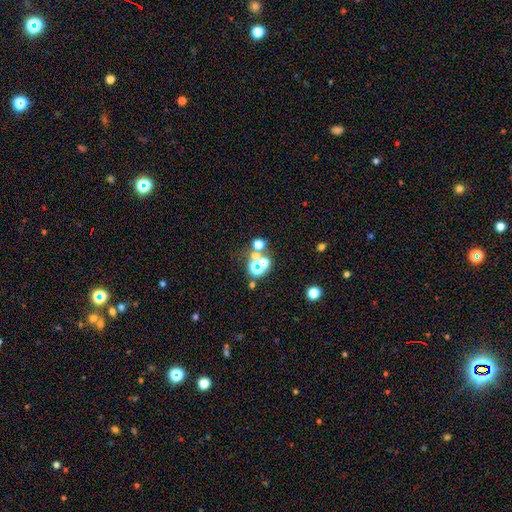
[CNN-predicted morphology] Smooth or featured? Predicted: star or artifact (p=0.49).